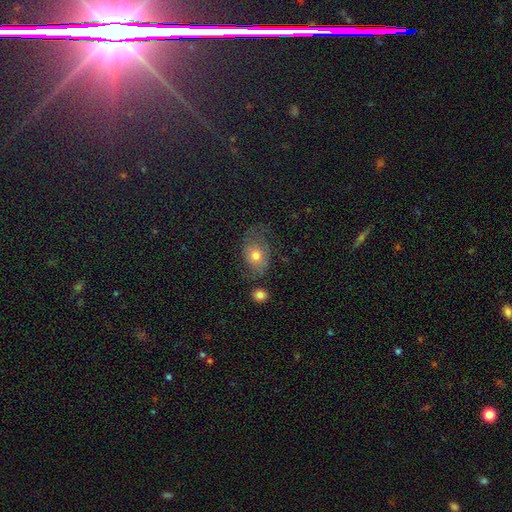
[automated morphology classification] Smooth or featured?
  - smooth: 63% *
  - featured or disk: 27%
  - star or artifact: 10%
How rounded?
  - in between: 65% *
  - round: 34%
  - cigar-shaped: 1%
Merging?
  - none: 41% *
  - minor disturbance: 29%
  - major disturbance: 25%
  - merger: 5%